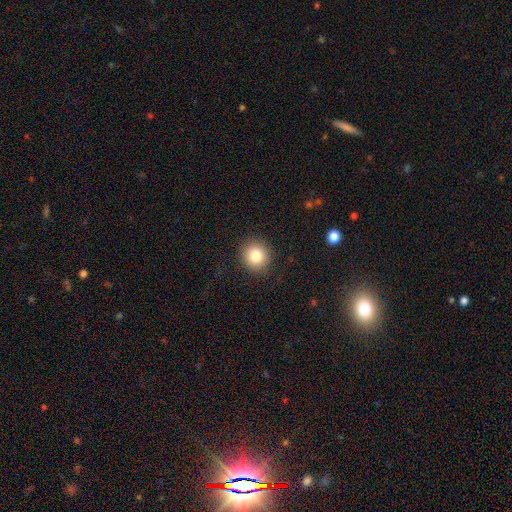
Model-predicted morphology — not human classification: smooth-or-featured: smooth: 82% | star or artifact: 10% | featured or disk: 8%
  how-rounded: round: 91% | in between: 8% | cigar-shaped: 1%
  merging: none: 91% | minor disturbance: 6% | major disturbance: 2% | merger: 1%